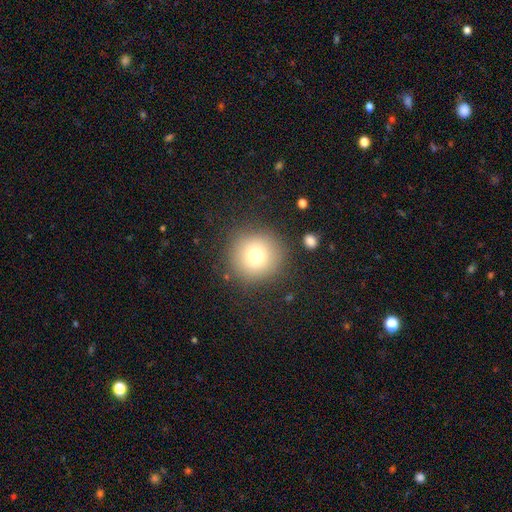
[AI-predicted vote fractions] Q: Smooth or featured?
A: smooth (76%); runner-up: star or artifact (13%)
Q: How rounded?
A: round (95%); runner-up: in between (4%)
Q: Merging?
A: none (87%); runner-up: minor disturbance (8%)